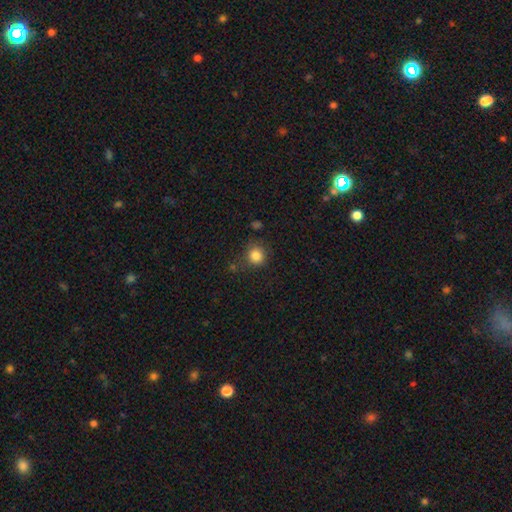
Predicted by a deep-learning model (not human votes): smooth 84%, star or artifact 11%, featured or disk 5%. Down the decision tree: how rounded — round (86%); merging — none (76%).